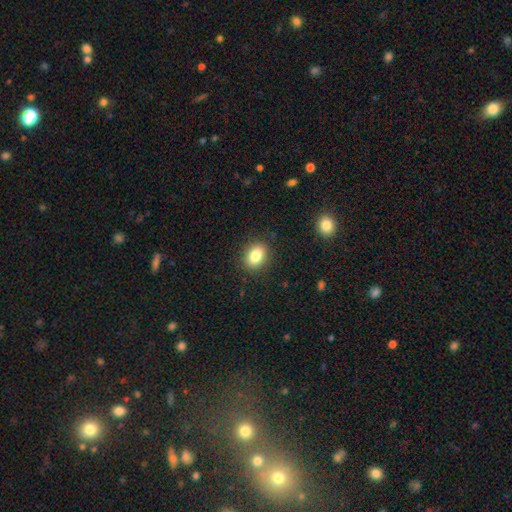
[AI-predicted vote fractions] A smooth galaxy with no disk features (83%) that is in between round and cigar-shaped (66%).

Vote fractions:
- Smooth or featured? smooth: 83% / star or artifact: 9% / featured or disk: 8%
- How rounded? in between: 66% / round: 33% / cigar-shaped: 1%
- Merging? none: 88% / minor disturbance: 8% / major disturbance: 3% / merger: 1%